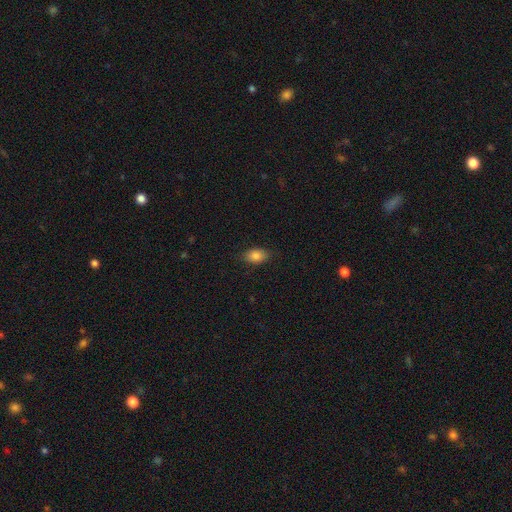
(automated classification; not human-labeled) The model was most divided on "merging": none: 83%, minor disturbance: 13%, major disturbance: 3%, merger: 1%. More confident: how rounded — in between (87%); smooth or featured — smooth (85%).